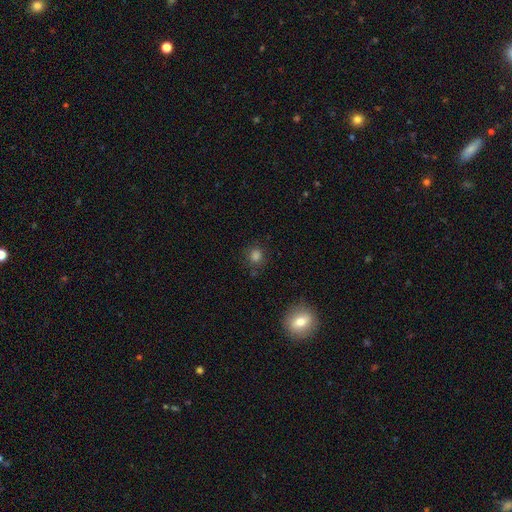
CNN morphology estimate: A smooth galaxy with no disk features (79%) that is round (84%). Merging: none (83%).